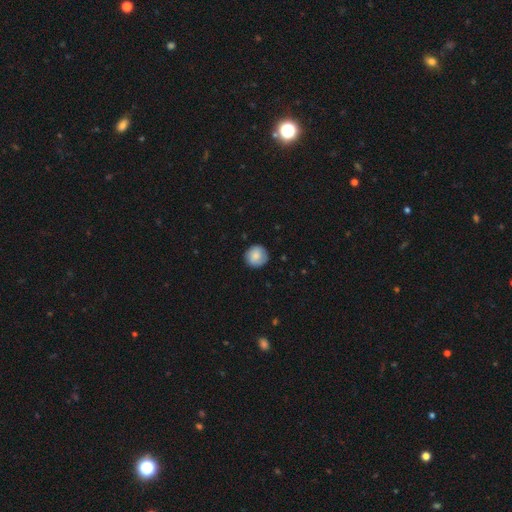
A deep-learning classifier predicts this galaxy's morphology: A smooth galaxy with no disk features (83%) that is round (93%). Merging: none (87%).